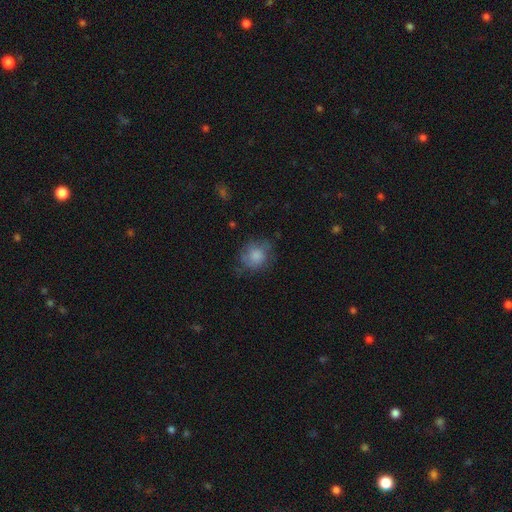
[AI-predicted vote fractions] smooth_or_featured: smooth (p=0.72) [alt: featured or disk p=0.20]
how_rounded: round (p=0.77) [alt: in between p=0.22]
merging: none (p=0.60) [alt: minor disturbance p=0.25]